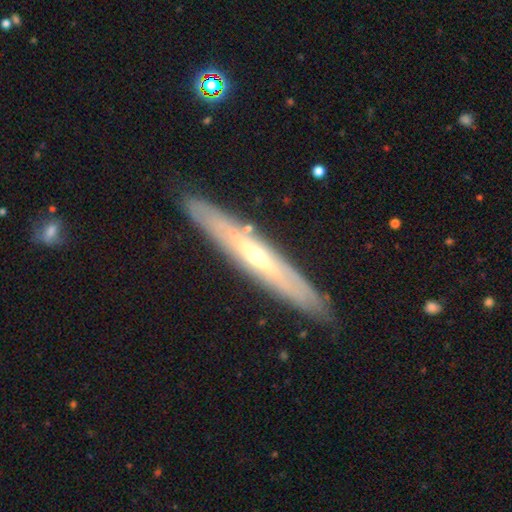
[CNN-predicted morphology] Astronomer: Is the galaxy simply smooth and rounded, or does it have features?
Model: featured or disk — 76%.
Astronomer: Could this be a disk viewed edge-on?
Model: yes — 77%.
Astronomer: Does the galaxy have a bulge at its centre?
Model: rounded — 69%.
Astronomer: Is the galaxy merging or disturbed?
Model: none — 87%.